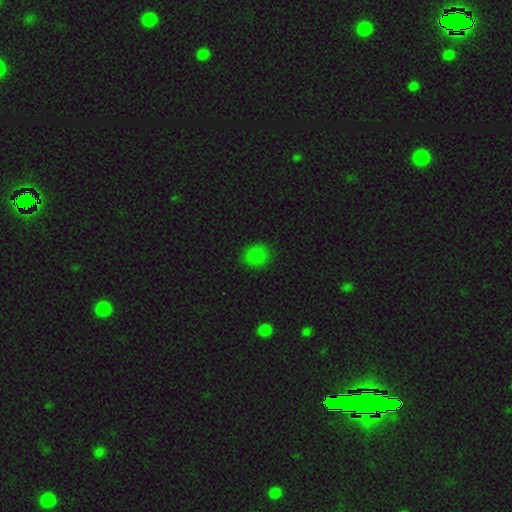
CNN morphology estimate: The model was most divided on "how rounded": round: 69%, in between: 30%, cigar-shaped: 1%. More confident: merging — none (86%); smooth or featured — smooth (82%).